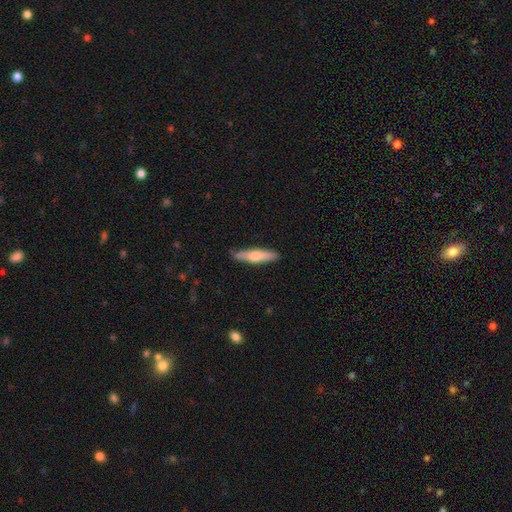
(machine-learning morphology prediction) The model was most divided on "smooth or featured": smooth: 60%, featured or disk: 35%, star or artifact: 5%. More confident: merging — none (86%); how rounded — cigar-shaped (80%).